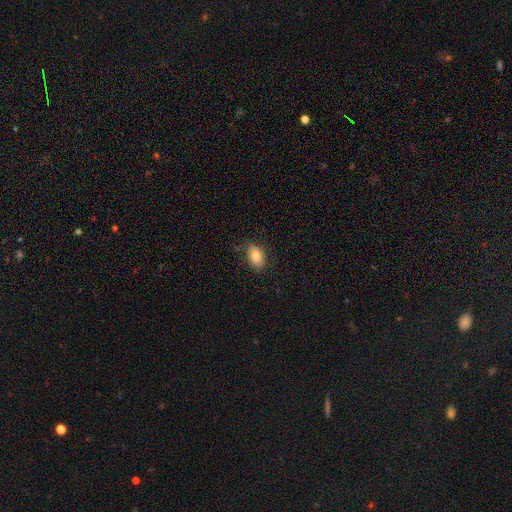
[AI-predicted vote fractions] Morphology: type=smooth (78%); roundness=in between (88%); merging=none (76%).